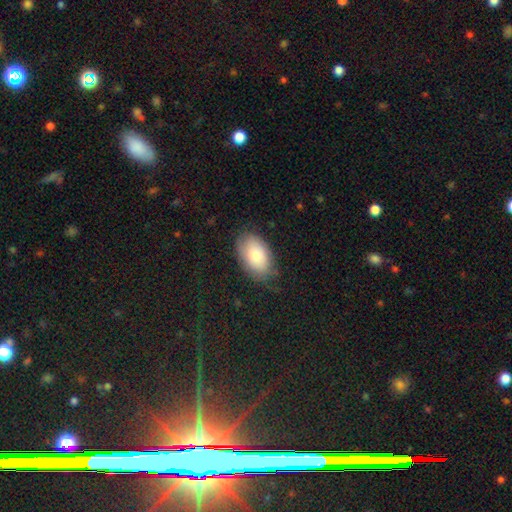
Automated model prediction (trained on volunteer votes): This is likely a smooth galaxy (78%). How rounded: clearly in between (92%). Merging: likely none (71%).